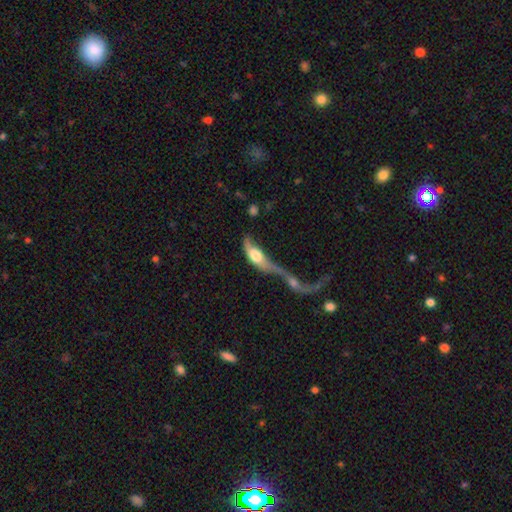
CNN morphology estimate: Smooth or featured? Predicted: smooth (p=0.48). Merging? Predicted: merger (p=0.73).